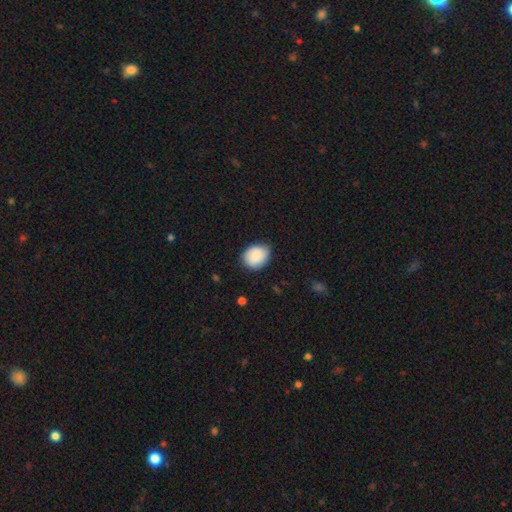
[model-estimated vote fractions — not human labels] A smooth galaxy with no disk features (85%) that is in between round and cigar-shaped (51%). Merging: none (74%).